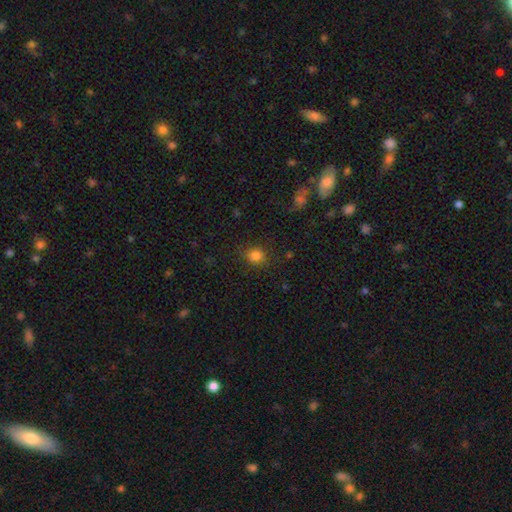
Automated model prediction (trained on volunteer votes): Overall: smooth (83%). How rounded: round (78%). Merging: none (85%).